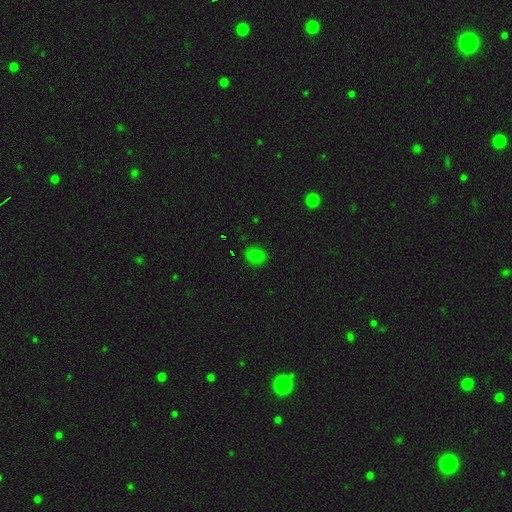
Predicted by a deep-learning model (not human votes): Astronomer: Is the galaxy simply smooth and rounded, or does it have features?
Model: smooth — 78%.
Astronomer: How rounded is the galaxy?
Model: round — 64%.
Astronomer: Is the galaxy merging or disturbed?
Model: none — 83%.